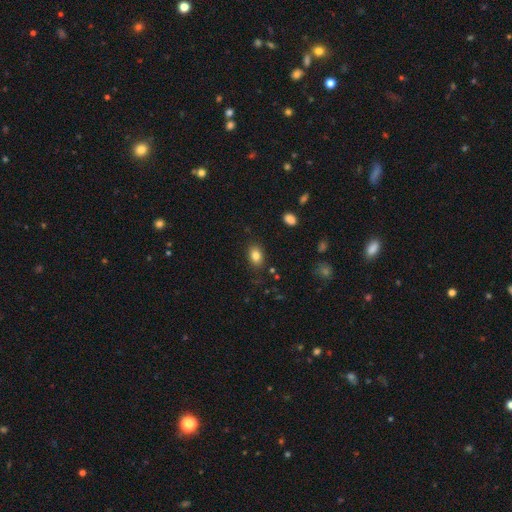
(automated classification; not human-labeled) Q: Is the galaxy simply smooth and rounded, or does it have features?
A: smooth — 83%.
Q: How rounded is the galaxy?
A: in between — 77%.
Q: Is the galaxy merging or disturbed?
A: none — 84%.